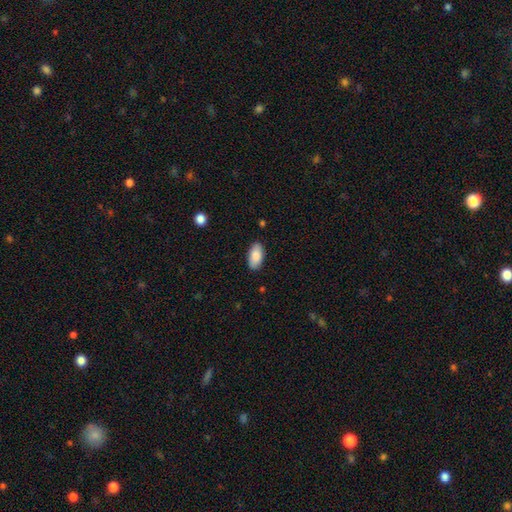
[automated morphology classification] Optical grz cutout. It shows a smooth galaxy with no disk features (86%) that is in between round and cigar-shaped (93%). Merging: none (88%).